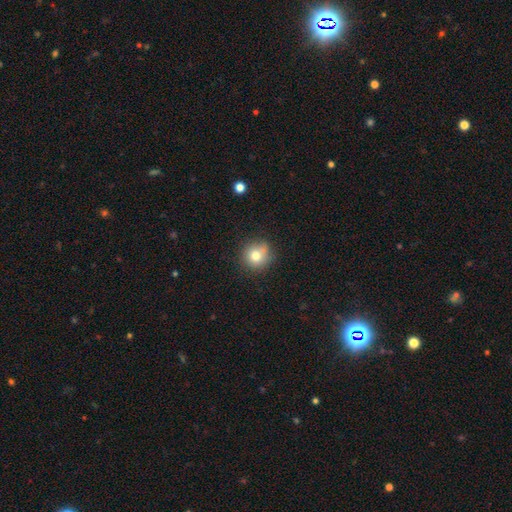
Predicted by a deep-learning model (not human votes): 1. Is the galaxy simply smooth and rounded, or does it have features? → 76% smooth, 13% star or artifact, 12% featured or disk.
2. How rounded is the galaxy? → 91% round, 8% in between, 1% cigar-shaped.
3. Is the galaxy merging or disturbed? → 75% none, 17% minor disturbance, 4% major disturbance, 3% merger.